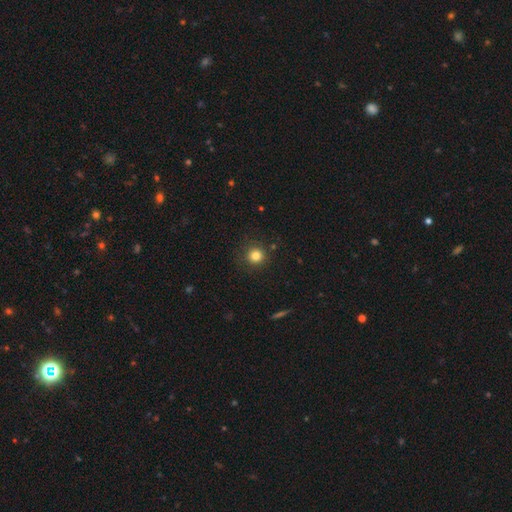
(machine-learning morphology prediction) Smooth or featured: smooth — 82% (star or artifact — 13%)
How rounded: round — 94% (in between — 5%)
Merging: none — 86% (minor disturbance — 9%)